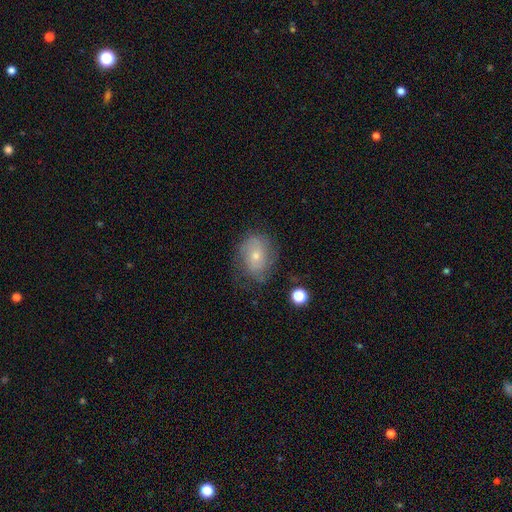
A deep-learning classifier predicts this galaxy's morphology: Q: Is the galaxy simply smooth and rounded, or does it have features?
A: featured or disk — 51%.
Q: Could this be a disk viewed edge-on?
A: no — 95%.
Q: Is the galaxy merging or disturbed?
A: none — 66%.